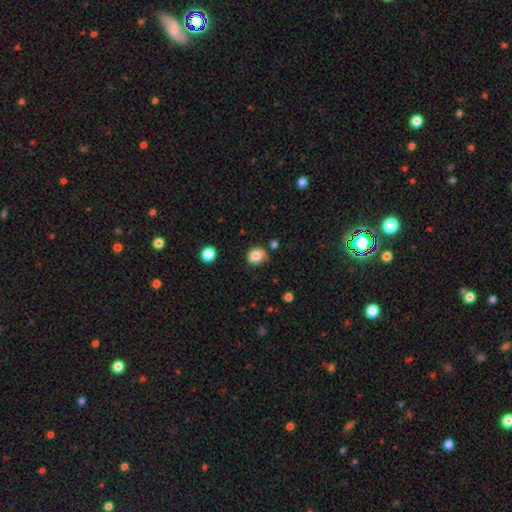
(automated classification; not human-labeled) Smooth or featured? Predicted: smooth (p=0.84). How rounded? Predicted: round (p=0.71). Merging? Predicted: none (p=0.69).